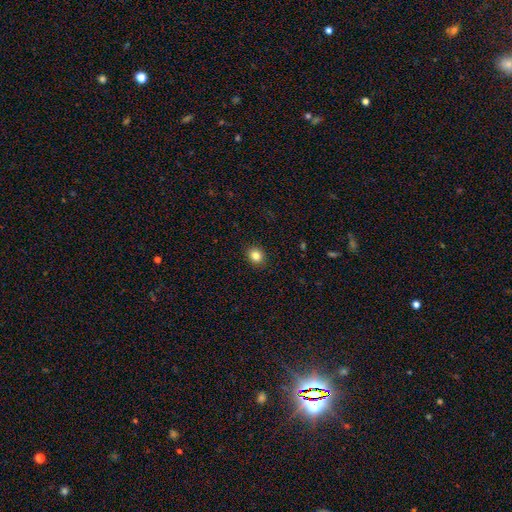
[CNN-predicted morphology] type=smooth (84%); roundness=round (65%); merging=none (91%).